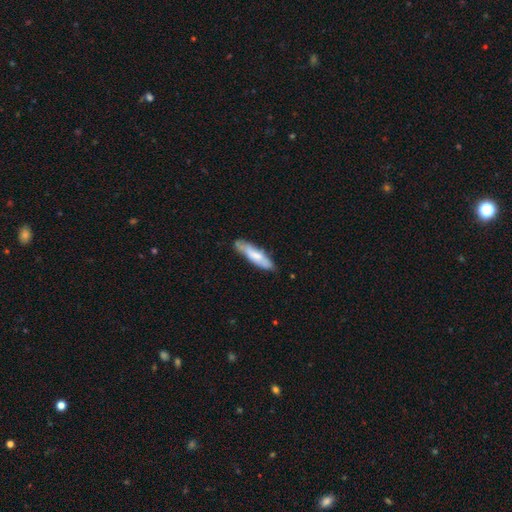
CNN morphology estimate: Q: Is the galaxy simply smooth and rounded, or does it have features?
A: smooth — 65%.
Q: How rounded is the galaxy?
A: cigar-shaped — 69%.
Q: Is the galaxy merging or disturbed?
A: none — 71%.